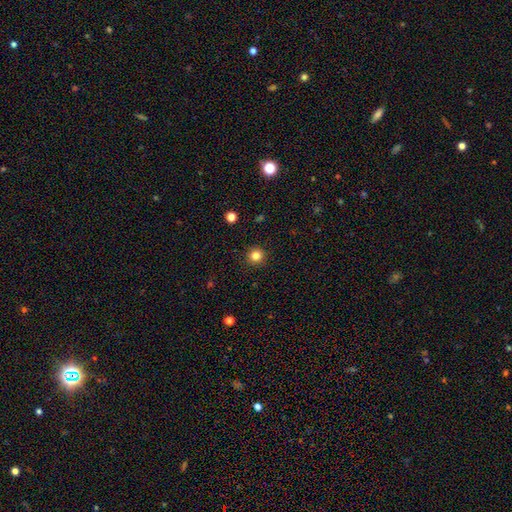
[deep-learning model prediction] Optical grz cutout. It shows a smooth galaxy with no disk features (84%) that is round (93%). Merging: none (91%).